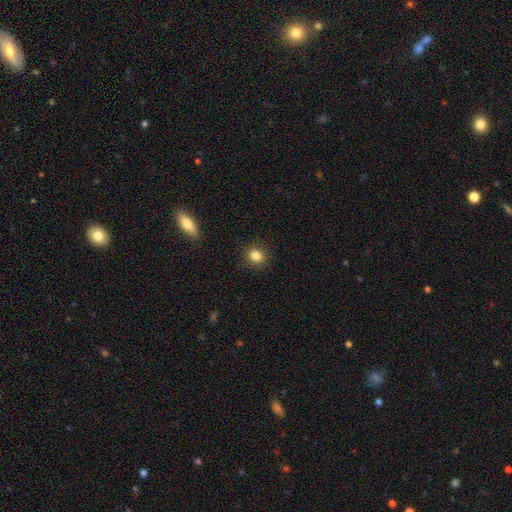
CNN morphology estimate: Overall: smooth (84%). How rounded: round (77%). Merging: none (90%).